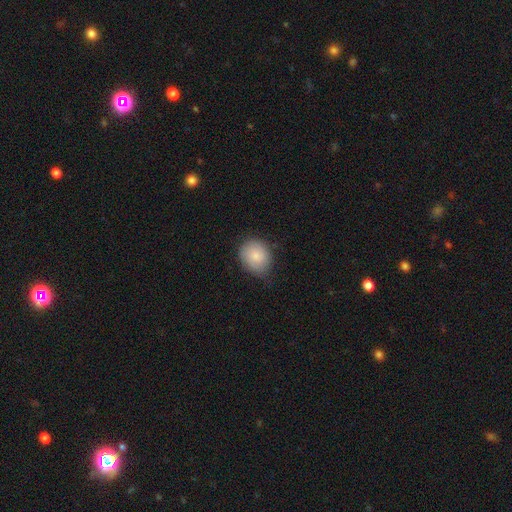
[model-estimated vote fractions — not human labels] Smooth or featured? smooth (78%)
How rounded? round (62%)
Merging? none (67%)